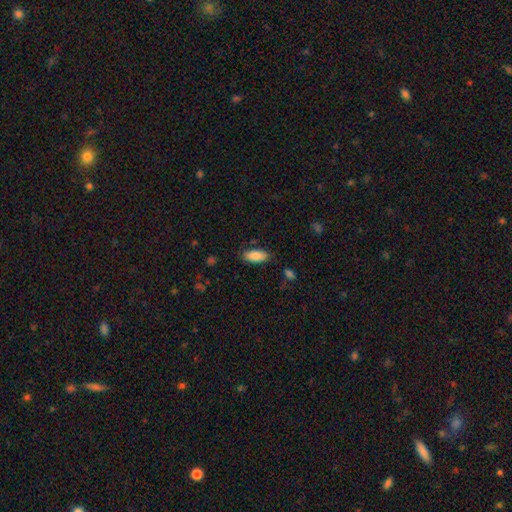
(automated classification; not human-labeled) smooth_or_featured: smooth (p=0.87) [alt: featured or disk p=0.06]
how_rounded: in between (p=0.84) [alt: cigar-shaped p=0.15]
merging: none (p=0.82) [alt: minor disturbance p=0.13]